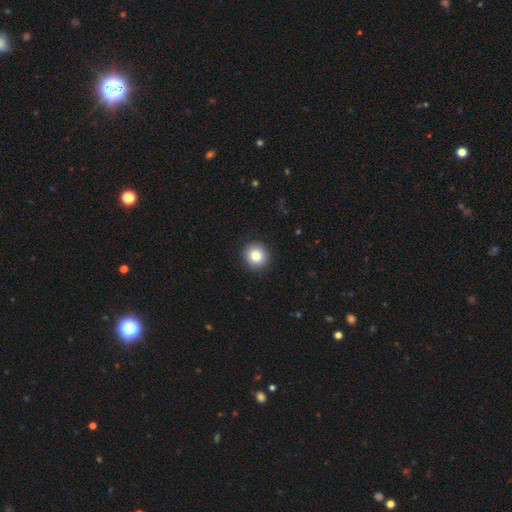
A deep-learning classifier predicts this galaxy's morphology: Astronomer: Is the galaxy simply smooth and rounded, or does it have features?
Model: smooth — 85%.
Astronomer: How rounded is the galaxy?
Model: round — 90%.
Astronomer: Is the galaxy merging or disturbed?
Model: none — 92%.